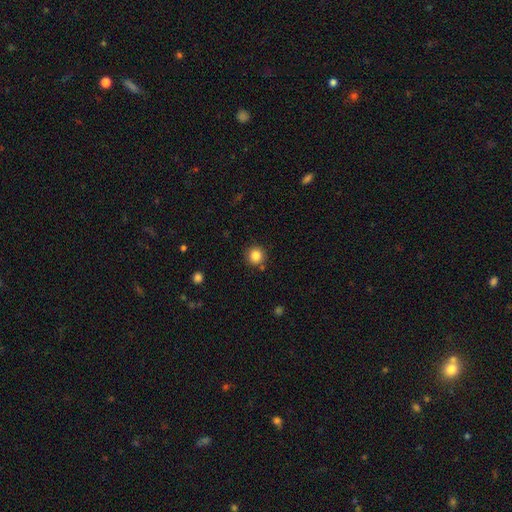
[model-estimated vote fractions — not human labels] Overall: smooth (84%). How rounded: round (94%). Merging: none (87%).